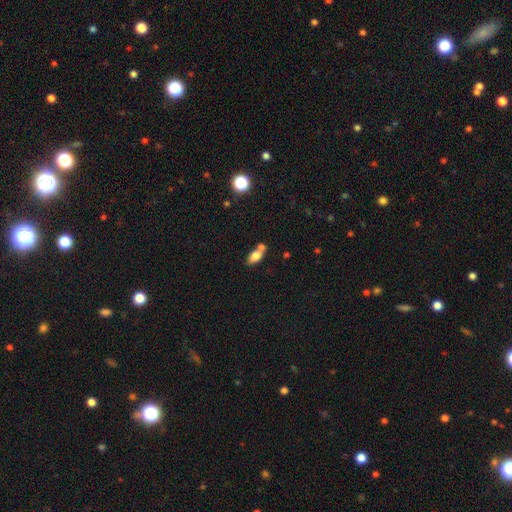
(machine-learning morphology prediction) Smooth or featured?
  - smooth: 72% *
  - featured or disk: 19%
  - star or artifact: 9%
How rounded?
  - in between: 83% *
  - cigar-shaped: 11%
  - round: 6%
Merging?
  - none: 51% *
  - merger: 31%
  - minor disturbance: 14%
  - major disturbance: 4%